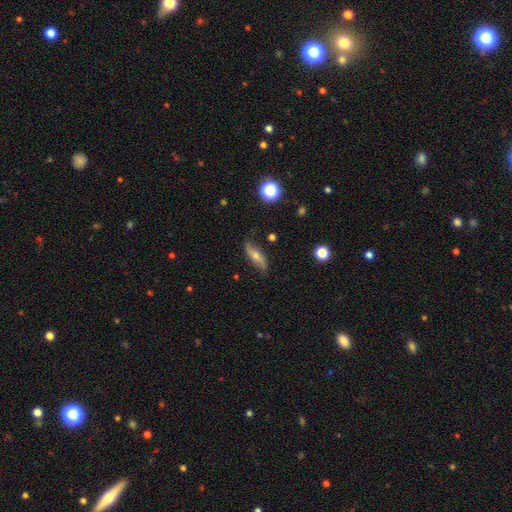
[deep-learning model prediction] smooth_or_featured: featured or disk (p=0.50) [alt: smooth p=0.41]
disk_edge_on: no (p=0.62) [alt: yes p=0.38]
merging: none (p=0.79) [alt: minor disturbance p=0.16]